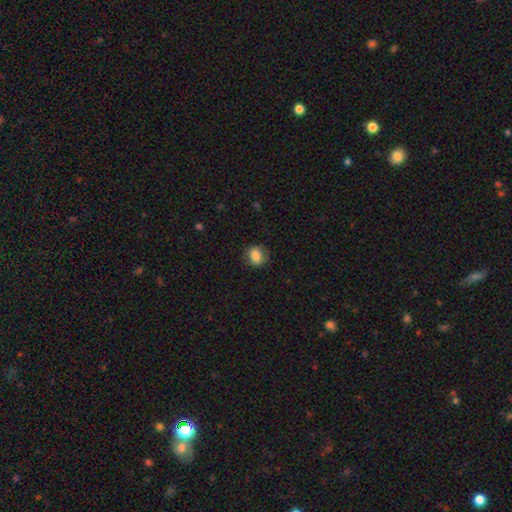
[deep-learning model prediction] Morphology: type=smooth (82%); roundness=round (75%); merging=none (82%).